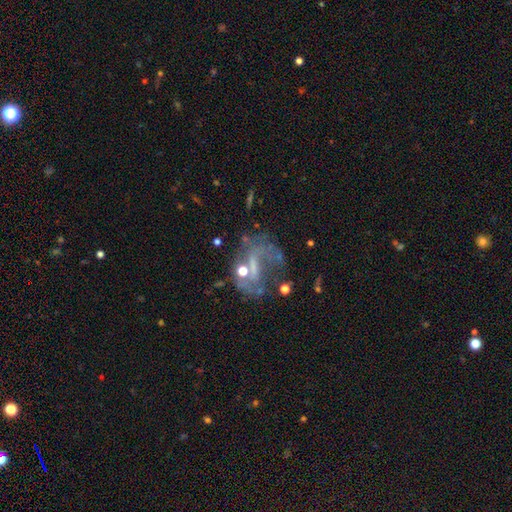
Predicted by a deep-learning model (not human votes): smooth-or-featured: featured or disk: 62% | star or artifact: 19% | smooth: 19%
  disk-edge-on: no: 97% | yes: 3%
    bar: no: 57% | weak: 31% | strong: 12%
    has-spiral-arms: no: 58% | yes: 42%
    bulge-size: small: 34% | moderate: 32% | none: 28% | large: 4% | dominant: 2%
  merging: major disturbance: 43% | none: 31% | minor disturbance: 16% | merger: 10%